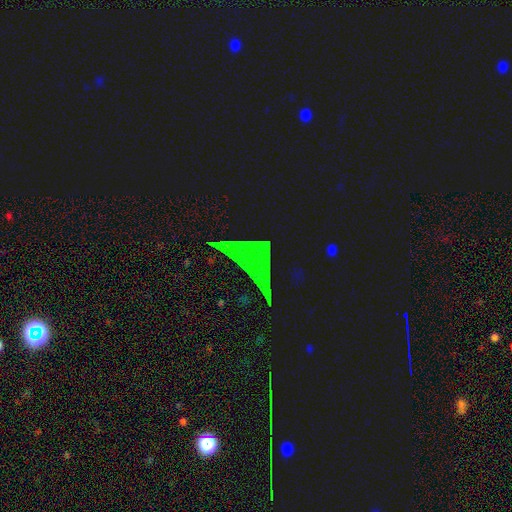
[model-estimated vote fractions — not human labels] smooth_or_featured: star or artifact (p=0.77) [alt: smooth p=0.14]